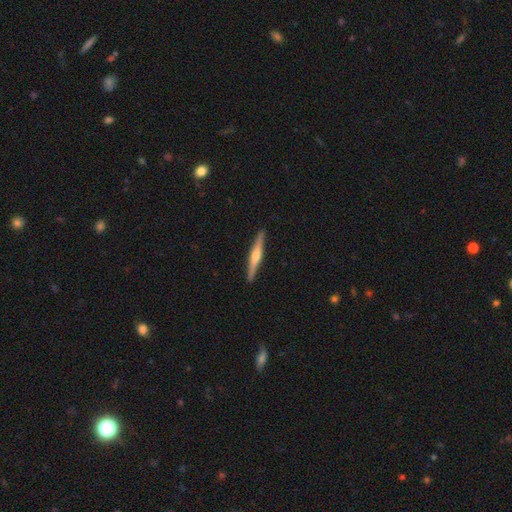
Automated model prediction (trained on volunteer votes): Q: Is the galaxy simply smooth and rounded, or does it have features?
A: featured or disk — 70%.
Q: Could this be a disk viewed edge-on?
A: yes — 98%.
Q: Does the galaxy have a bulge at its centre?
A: rounded — 83%.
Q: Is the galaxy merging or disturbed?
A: none — 92%.